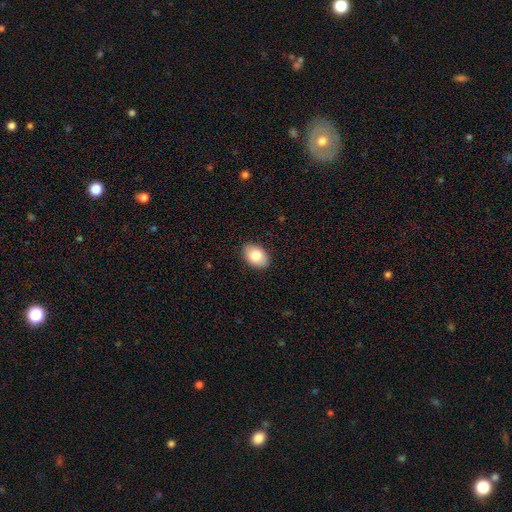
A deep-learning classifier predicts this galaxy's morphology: This appears to be a smooth galaxy with no disk features (83%) that is in between round and cigar-shaped (87%). Merging: none (89%).